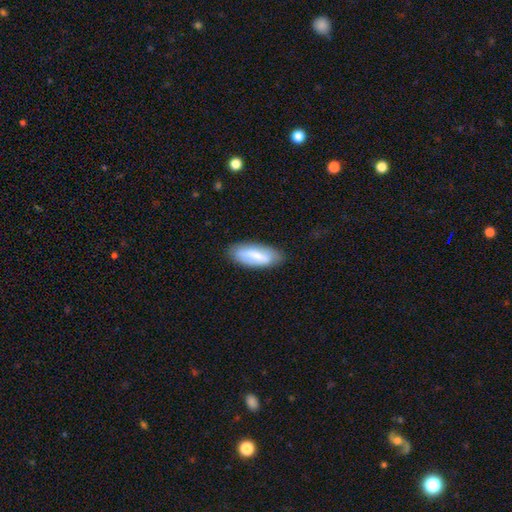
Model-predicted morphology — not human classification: Smooth or featured: smooth — 58% (featured or disk — 35%)
How rounded: in between — 74% (cigar-shaped — 24%)
Merging: none — 80% (minor disturbance — 15%)